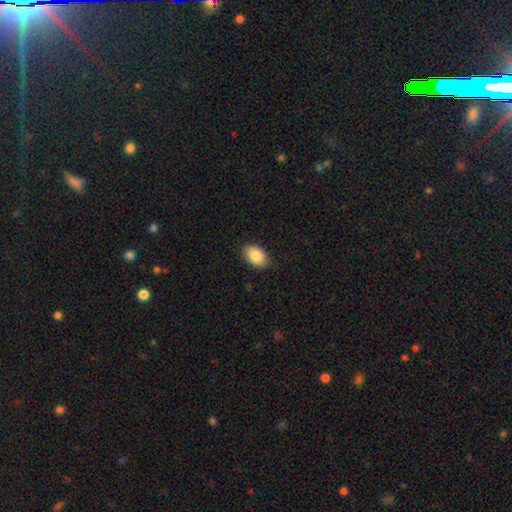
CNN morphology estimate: smooth-or-featured: smooth: 87% | star or artifact: 7% | featured or disk: 7%
  how-rounded: in between: 88% | round: 11% | cigar-shaped: 1%
  merging: none: 88% | minor disturbance: 9% | major disturbance: 2% | merger: 1%